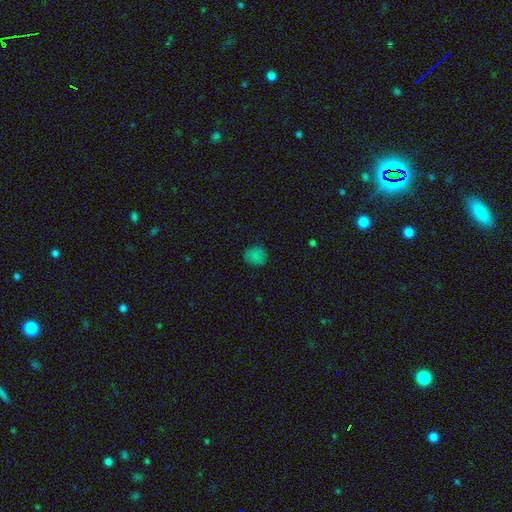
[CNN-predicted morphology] This appears to be a smooth galaxy with no disk features (77%) that is round (85%). Merging: none (79%).